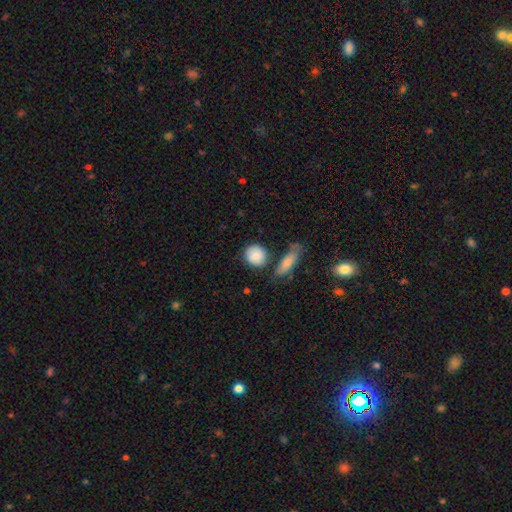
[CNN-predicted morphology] Smooth or featured? smooth (85%)
How rounded? round (80%)
Merging? none (69%)